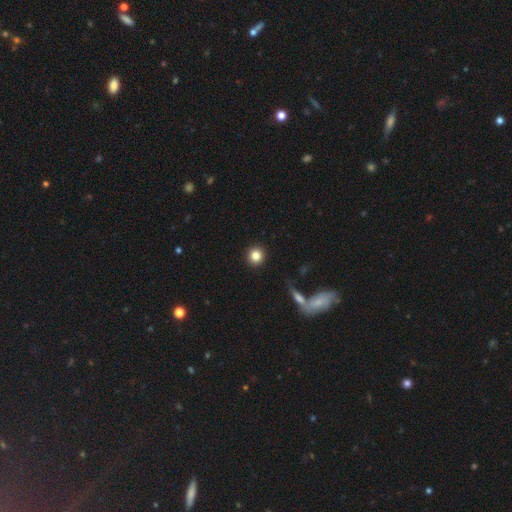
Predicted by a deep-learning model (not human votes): Smooth or featured?
  - smooth: 84% *
  - star or artifact: 10%
  - featured or disk: 7%
How rounded?
  - round: 92% *
  - in between: 7%
  - cigar-shaped: 1%
Merging?
  - none: 91% *
  - minor disturbance: 5%
  - merger: 2%
  - major disturbance: 2%